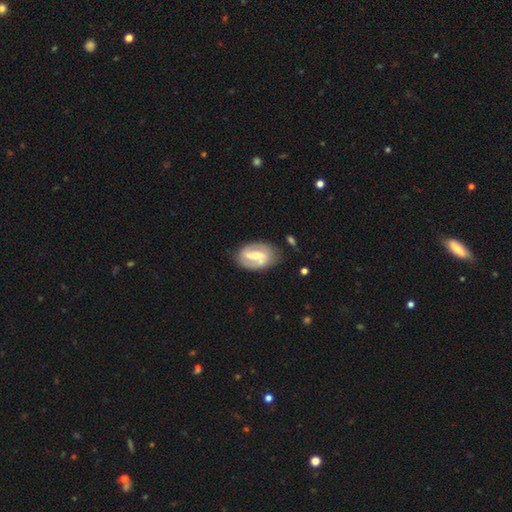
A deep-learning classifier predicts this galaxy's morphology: Smooth or featured: featured or disk — 78% (smooth — 17%)
Edge-on disk: no — 95% (yes — 5%)
Bar: strong — 52% (weak — 35%)
Spiral arms: yes — 83% (no — 17%)
Spiral winding: medium — 42% (tight — 30%)
Spiral arm count: 2 — 83% (can't tell — 8%)
Bulge size: moderate — 58% (small — 33%)
Merging: none — 77% (minor disturbance — 15%)